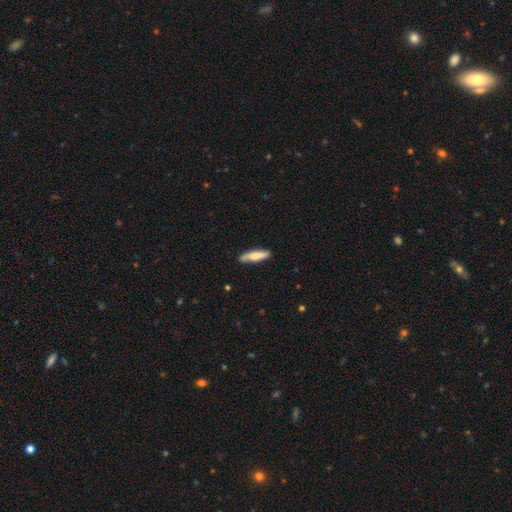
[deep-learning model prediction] The model was most divided on "smooth or featured": smooth: 67%, featured or disk: 27%, star or artifact: 5%. More confident: merging — none (85%); how rounded — cigar-shaped (76%).